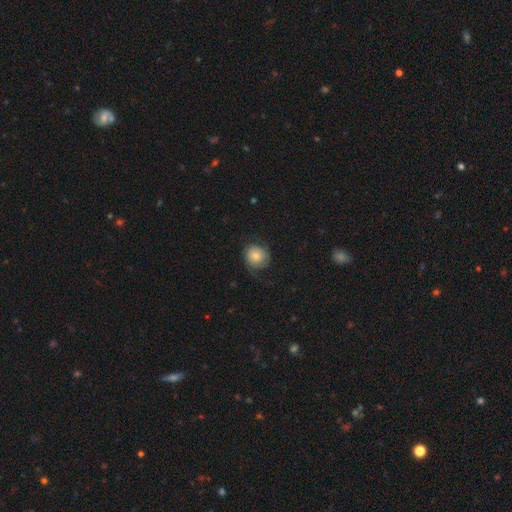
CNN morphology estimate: Q: Smooth or featured?
A: smooth (59%); runner-up: featured or disk (33%)
Q: How rounded?
A: round (78%); runner-up: in between (21%)
Q: Merging?
A: none (60%); runner-up: minor disturbance (23%)